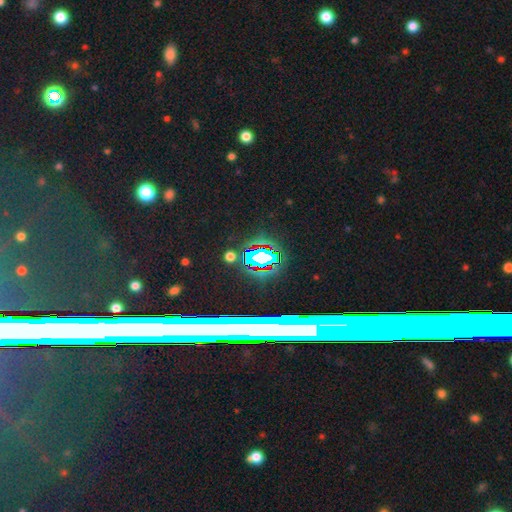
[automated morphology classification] Overall: star or artifact (66%).